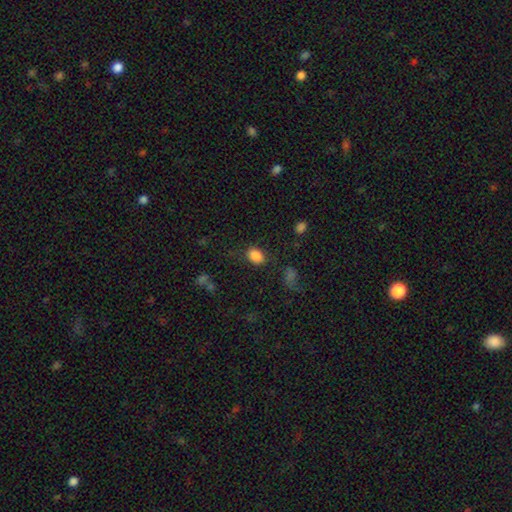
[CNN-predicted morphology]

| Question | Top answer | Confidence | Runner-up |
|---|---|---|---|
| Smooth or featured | smooth | 86% | star or artifact (10%) |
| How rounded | in between | 77% | round (22%) |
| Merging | none | 77% | minor disturbance (14%) |